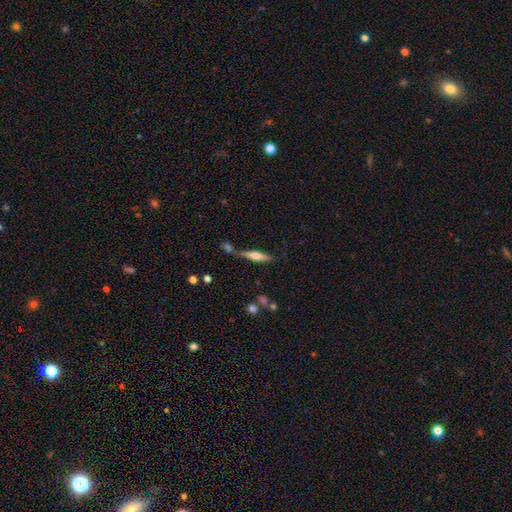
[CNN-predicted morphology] type=featured or disk (49%); merging=none (62%).